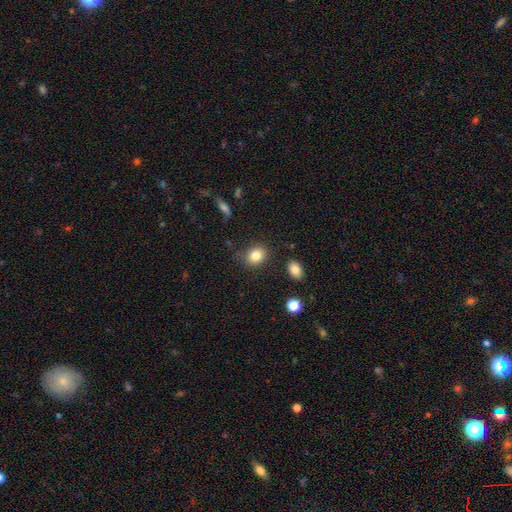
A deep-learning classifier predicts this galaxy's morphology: Q: Smooth or featured?
A: smooth (83%); runner-up: star or artifact (10%)
Q: How rounded?
A: round (52%); runner-up: in between (47%)
Q: Merging?
A: none (82%); runner-up: minor disturbance (12%)